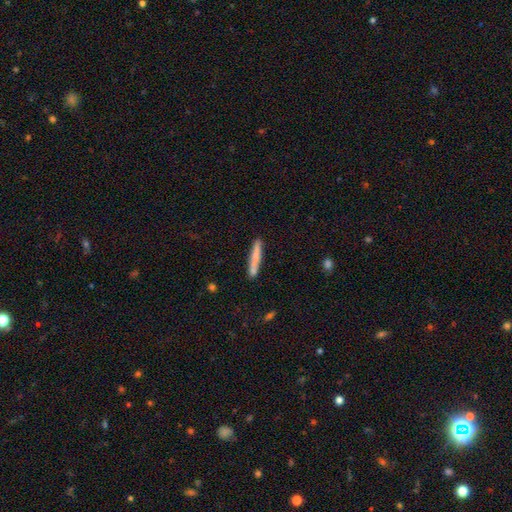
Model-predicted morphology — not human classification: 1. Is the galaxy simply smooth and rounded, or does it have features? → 68% smooth, 26% featured or disk, 6% star or artifact.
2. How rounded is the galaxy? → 94% cigar-shaped, 5% in between, 1% round.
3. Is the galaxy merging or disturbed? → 78% none, 13% minor disturbance, 6% merger, 2% major disturbance.